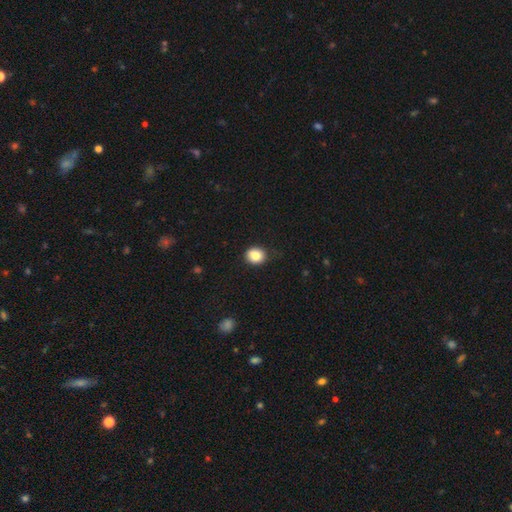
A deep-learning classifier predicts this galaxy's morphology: Overall: smooth (84%). How rounded: round (70%). Merging: none (81%).